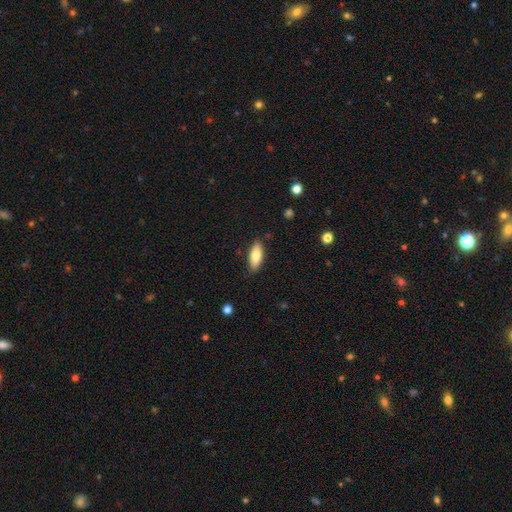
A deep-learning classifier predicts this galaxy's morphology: A smooth galaxy with no disk features (78%) that is in between round and cigar-shaped (73%).

Vote fractions:
- Smooth or featured? smooth: 78% / featured or disk: 16% / star or artifact: 6%
- How rounded? in between: 73% / cigar-shaped: 25% / round: 2%
- Merging? none: 86% / minor disturbance: 10% / major disturbance: 2% / merger: 1%